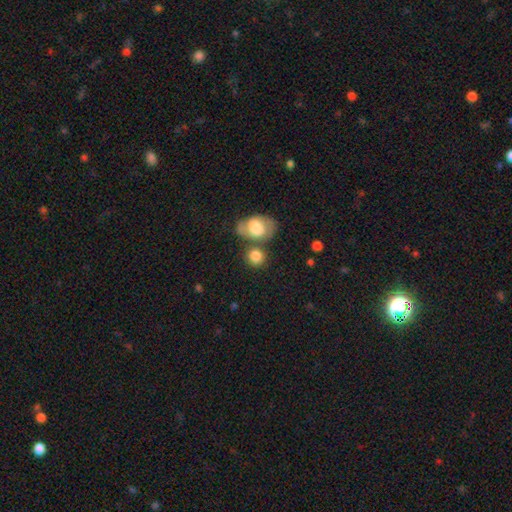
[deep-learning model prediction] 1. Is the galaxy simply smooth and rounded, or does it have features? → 82% smooth, 11% featured or disk, 8% star or artifact.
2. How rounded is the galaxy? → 77% round, 22% in between, 1% cigar-shaped.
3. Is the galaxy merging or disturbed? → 58% none, 25% merger, 12% minor disturbance, 4% major disturbance.